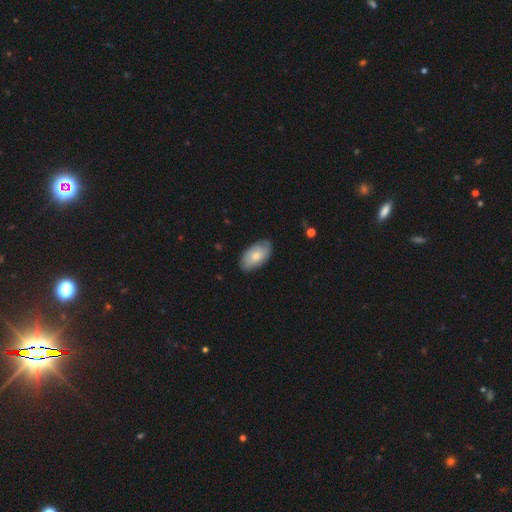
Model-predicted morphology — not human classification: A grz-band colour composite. It shows a smooth galaxy with no disk features (67%) that is in between round and cigar-shaped (95%). Merging: none (80%).